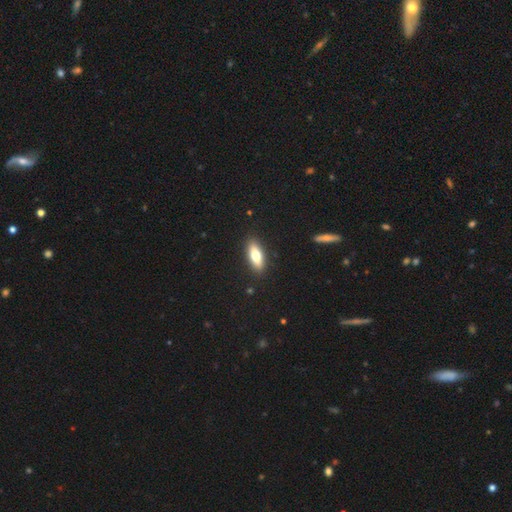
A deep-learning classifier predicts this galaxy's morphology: A smooth galaxy with no disk features (71%) that is in between round and cigar-shaped (69%). Merging: none (89%).